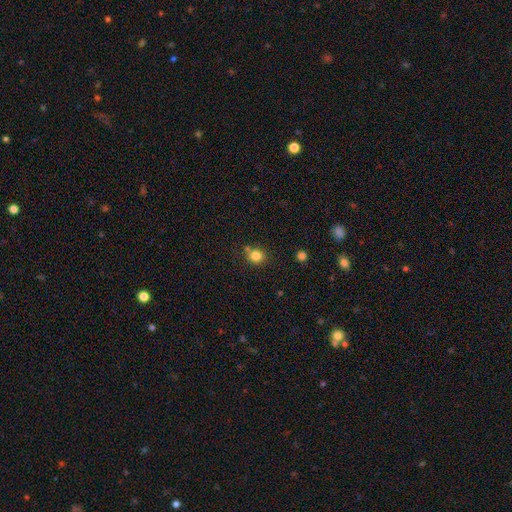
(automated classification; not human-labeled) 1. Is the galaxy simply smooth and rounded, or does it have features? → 83% smooth, 12% star or artifact, 6% featured or disk.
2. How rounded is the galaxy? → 80% round, 19% in between, 1% cigar-shaped.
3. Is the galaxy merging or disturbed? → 73% none, 12% minor disturbance, 12% merger, 3% major disturbance.